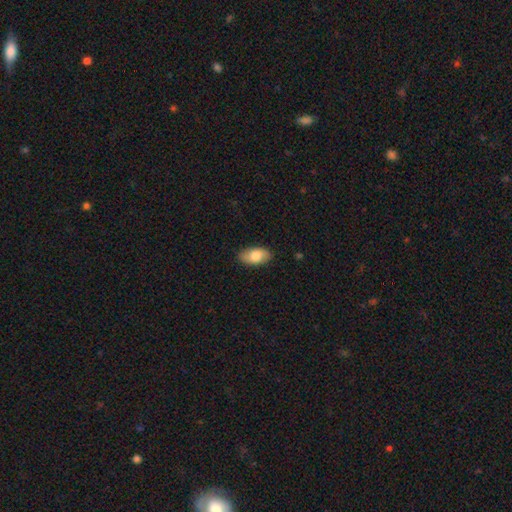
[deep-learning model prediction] Smooth or featured? Predicted: smooth (p=0.76). How rounded? Predicted: in between (p=0.94). Merging? Predicted: none (p=0.86).